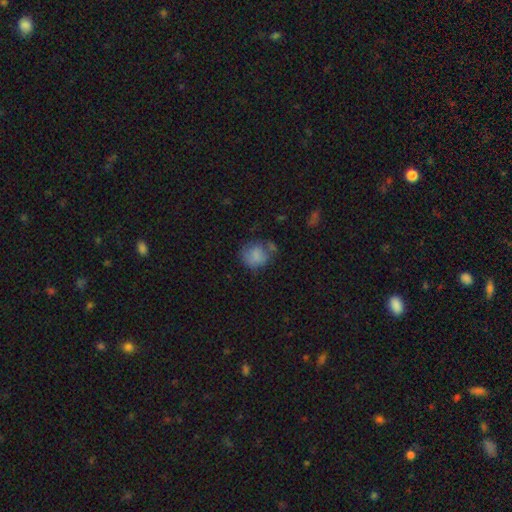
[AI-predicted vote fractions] smooth 73%, featured or disk 17%, star or artifact 10%. Down the decision tree: how rounded — round (70%); merging — none (49%).